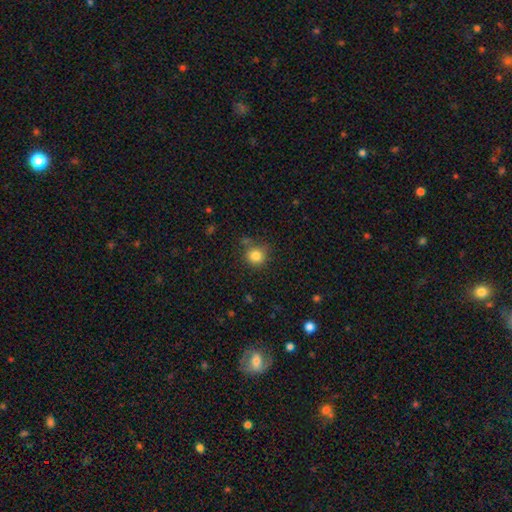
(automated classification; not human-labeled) This is clearly a smooth galaxy (83%). How rounded: clearly round (88%). Merging: likely none (74%).